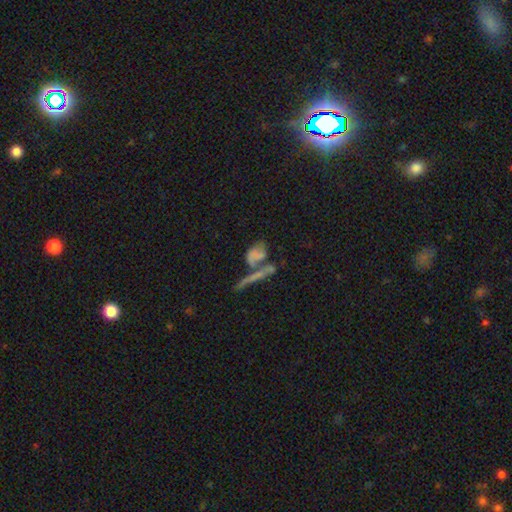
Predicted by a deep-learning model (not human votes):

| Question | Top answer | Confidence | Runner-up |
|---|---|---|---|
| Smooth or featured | smooth | 43% | featured or disk (42%) |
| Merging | merger | 50% | none (23%) |